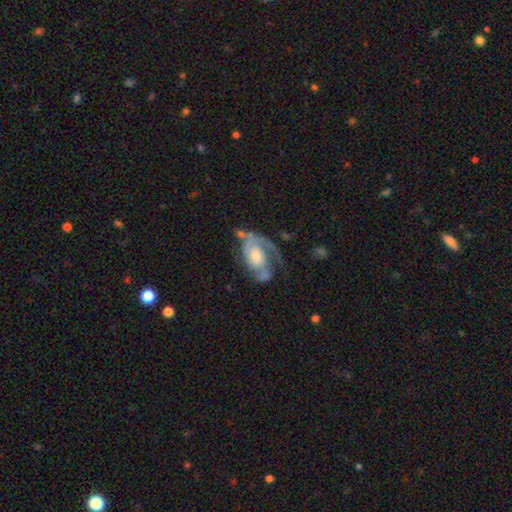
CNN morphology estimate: Smooth or featured?
  - featured or disk: 80% *
  - smooth: 14%
  - star or artifact: 6%
Edge-on disk?
  - no: 96% *
  - yes: 4%
Bar?
  - no: 68% *
  - weak: 26%
  - strong: 6%
Spiral arms?
  - yes: 90% *
  - no: 10%
Spiral winding?
  - tight: 41% *
  - medium: 39%
  - loose: 19%
Spiral arm count?
  - 2: 44% *
  - 1: 36%
  - can't tell: 13%
  - 3: 4%
  - 4: 2%
  - more than 4: 2%
Bulge size?
  - moderate: 54% *
  - small: 29%
  - large: 12%
  - none: 3%
  - dominant: 2%
Merging?
  - none: 43% *
  - major disturbance: 26%
  - minor disturbance: 23%
  - merger: 8%